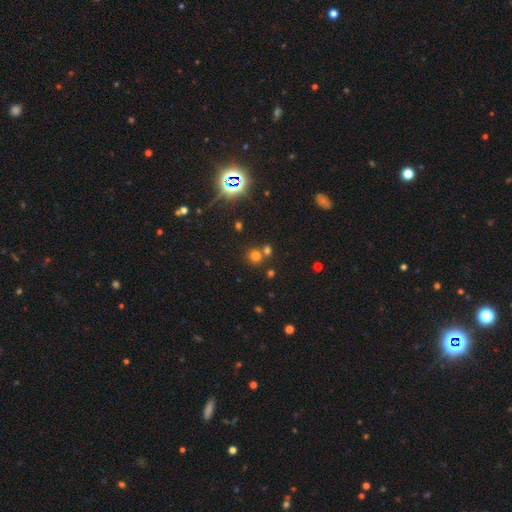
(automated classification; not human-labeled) Smooth or featured: smooth — 64% (star or artifact — 27%)
How rounded: round — 89% (in between — 10%)
Merging: none — 63% (merger — 27%)